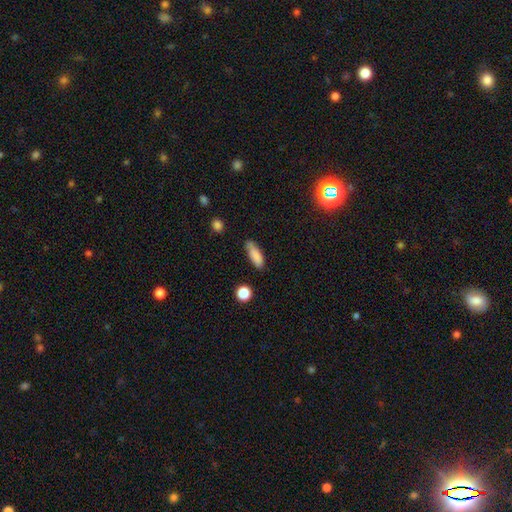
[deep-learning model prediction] The model was most divided on "how rounded": in between: 58%, cigar-shaped: 40%, round: 2%. More confident: smooth or featured — smooth (84%); merging — none (65%).